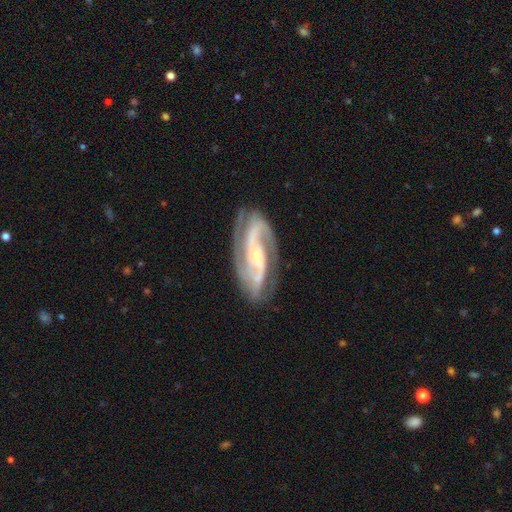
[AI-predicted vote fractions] Morphology: type=featured or disk (90%); edge-on=no (95%); bar=no (40%); spiral arms=yes (98%); winding=medium (51%); arm count=2 (79%); bulge=small (69%); merging=none (76%).